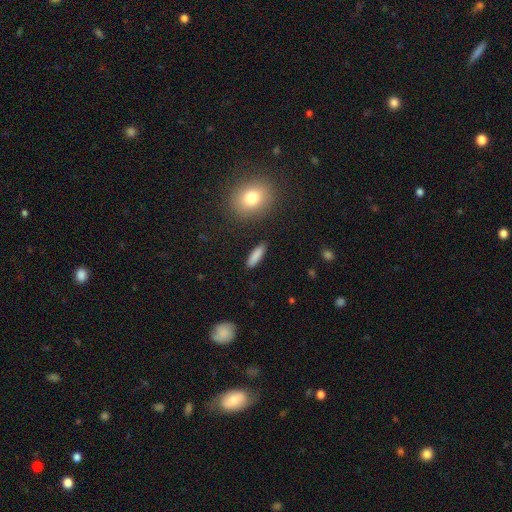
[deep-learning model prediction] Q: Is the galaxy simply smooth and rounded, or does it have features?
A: smooth — 85%.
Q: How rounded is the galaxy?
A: cigar-shaped — 63%.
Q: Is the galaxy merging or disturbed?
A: none — 89%.